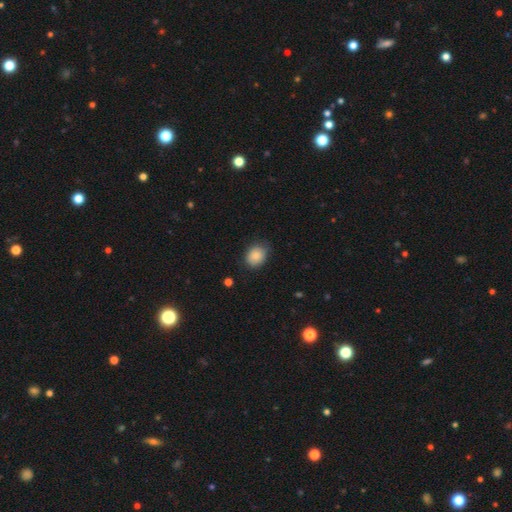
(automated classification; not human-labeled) smooth-or-featured: smooth: 86% | star or artifact: 8% | featured or disk: 6%
  how-rounded: round: 53% | in between: 46% | cigar-shaped: 1%
  merging: none: 76% | minor disturbance: 19% | major disturbance: 4% | merger: 1%